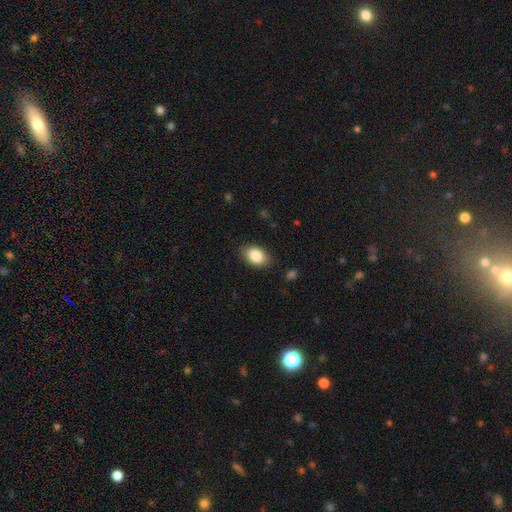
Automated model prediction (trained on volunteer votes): Smooth or featured? Predicted: smooth (p=0.86). How rounded? Predicted: in between (p=0.84). Merging? Predicted: none (p=0.84).